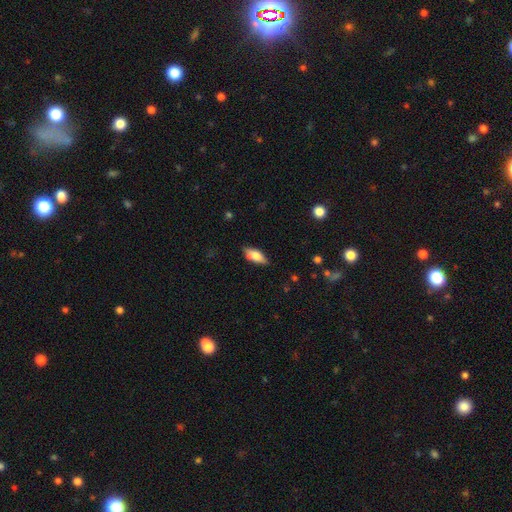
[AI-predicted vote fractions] smooth-or-featured: smooth: 74% | featured or disk: 19% | star or artifact: 6%
  how-rounded: in between: 76% | cigar-shaped: 21% | round: 2%
  merging: none: 80% | minor disturbance: 16% | major disturbance: 3% | merger: 1%